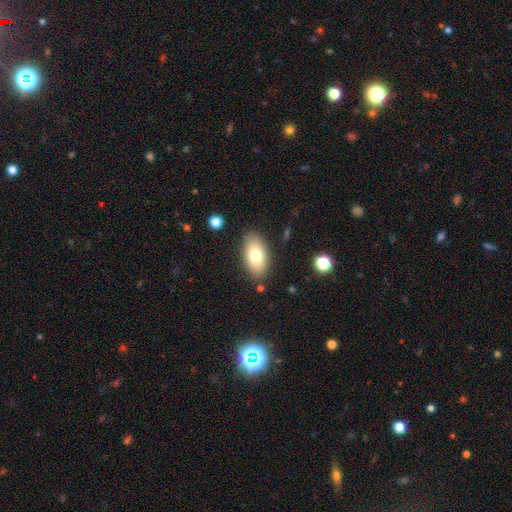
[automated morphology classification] Smooth or featured? smooth (74%)
How rounded? in between (93%)
Merging? none (83%)